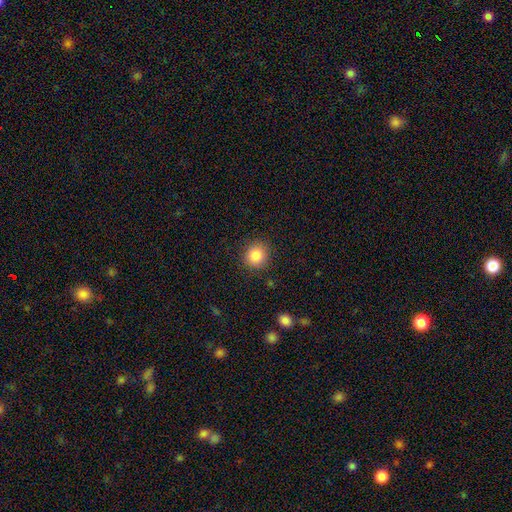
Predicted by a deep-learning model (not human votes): smooth-or-featured: smooth: 85% | star or artifact: 10% | featured or disk: 6%
  how-rounded: round: 87% | in between: 12% | cigar-shaped: 1%
  merging: none: 88% | minor disturbance: 8% | major disturbance: 3% | merger: 1%